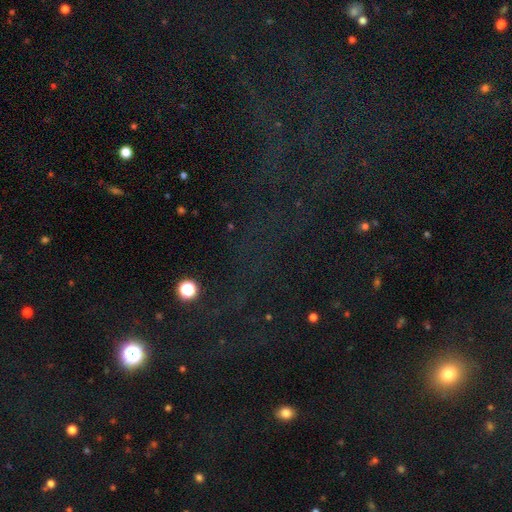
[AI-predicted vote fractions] Morphology: type=star or artifact (71%).